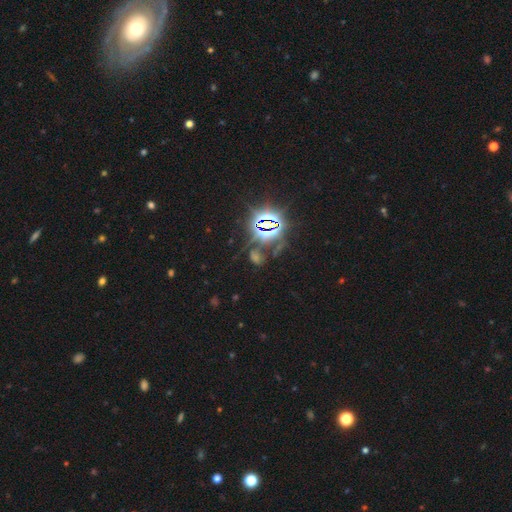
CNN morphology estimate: The model was most divided on "smooth or featured": star or artifact: 76%, smooth: 14%, featured or disk: 10%.